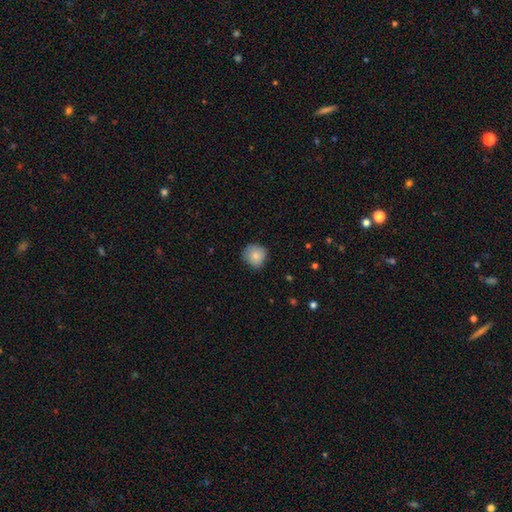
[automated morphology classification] Smooth or featured?
  - smooth: 82% *
  - featured or disk: 10%
  - star or artifact: 8%
How rounded?
  - round: 89% *
  - in between: 10%
  - cigar-shaped: 1%
Merging?
  - none: 77% *
  - minor disturbance: 20%
  - major disturbance: 3%
  - merger: 1%